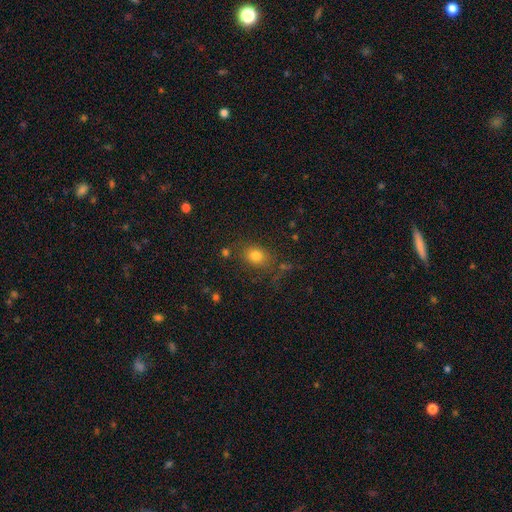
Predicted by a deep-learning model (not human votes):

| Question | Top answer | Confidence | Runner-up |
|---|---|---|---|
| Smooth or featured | smooth | 78% | star or artifact (13%) |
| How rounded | in between | 53% | round (46%) |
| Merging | none | 75% | minor disturbance (15%) |